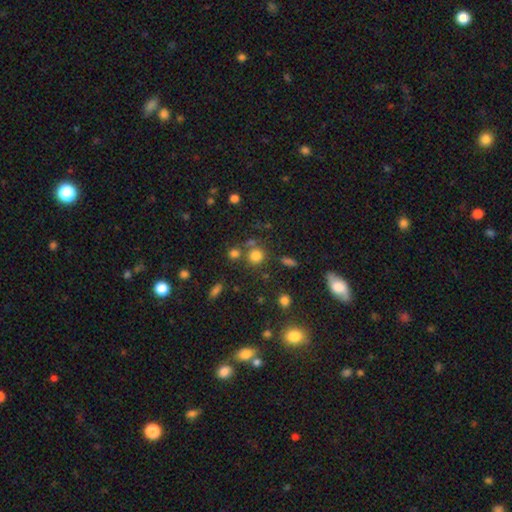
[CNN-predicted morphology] type=smooth (77%); roundness=round (87%); merging=none (66%).